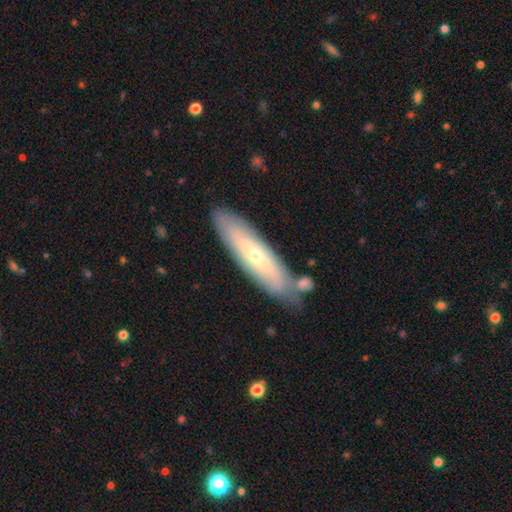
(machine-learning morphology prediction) Smooth or featured: featured or disk — 56% (smooth — 38%)
Edge-on disk: no — 58% (yes — 42%)
Merging: none — 78% (minor disturbance — 13%)